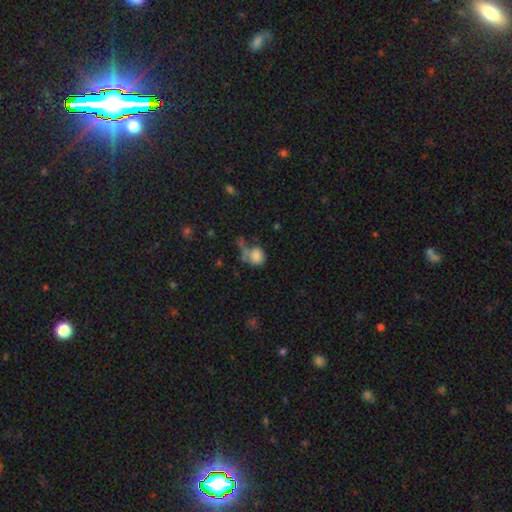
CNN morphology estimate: Smooth or featured?
  - smooth: 77% *
  - featured or disk: 12%
  - star or artifact: 11%
How rounded?
  - round: 61% *
  - in between: 37%
  - cigar-shaped: 1%
Merging?
  - none: 32% *
  - major disturbance: 26%
  - merger: 22%
  - minor disturbance: 20%